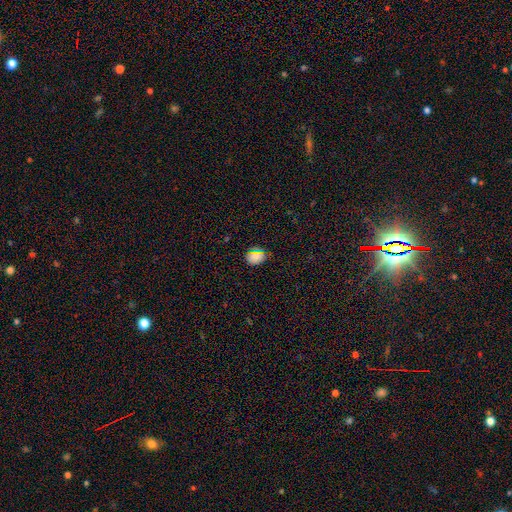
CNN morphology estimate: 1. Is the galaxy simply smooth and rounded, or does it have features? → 72% smooth, 21% star or artifact, 7% featured or disk.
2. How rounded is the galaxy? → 60% in between, 38% round, 2% cigar-shaped.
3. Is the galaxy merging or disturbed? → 78% none, 16% minor disturbance, 4% major disturbance, 2% merger.